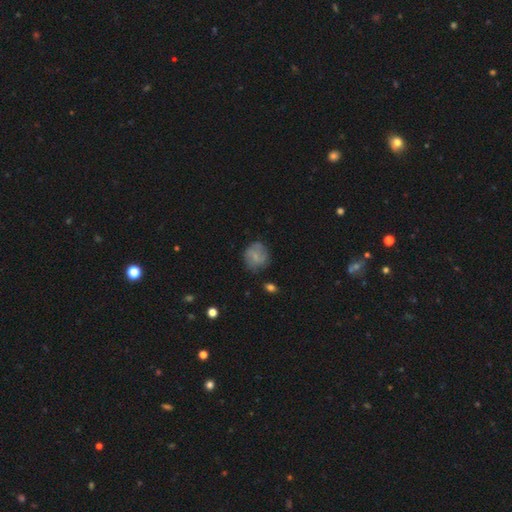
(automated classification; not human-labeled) Overall: smooth (60%; featured or disk 32%). How rounded: round (77%). Merging: none (68%).